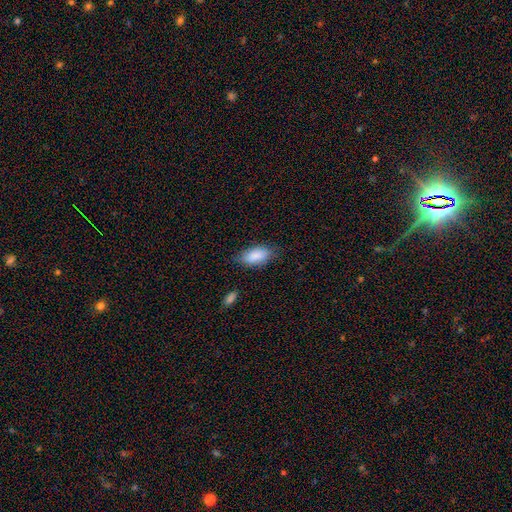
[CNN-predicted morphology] This is clearly a smooth galaxy (87%). How rounded: clearly in between (90%). Merging: likely none (72%).